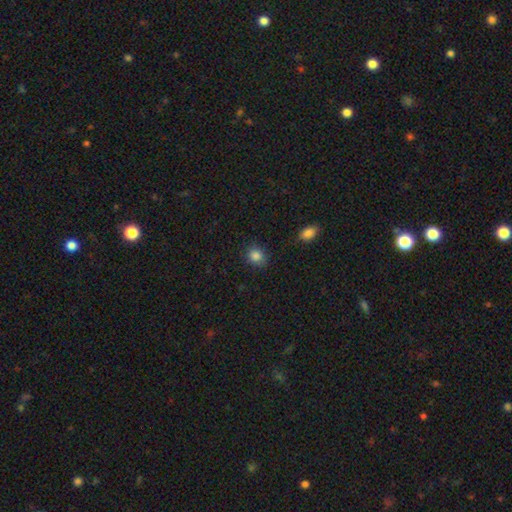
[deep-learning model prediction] Smooth or featured: smooth — 85% (star or artifact — 11%)
How rounded: round — 75% (in between — 24%)
Merging: none — 83% (minor disturbance — 13%)